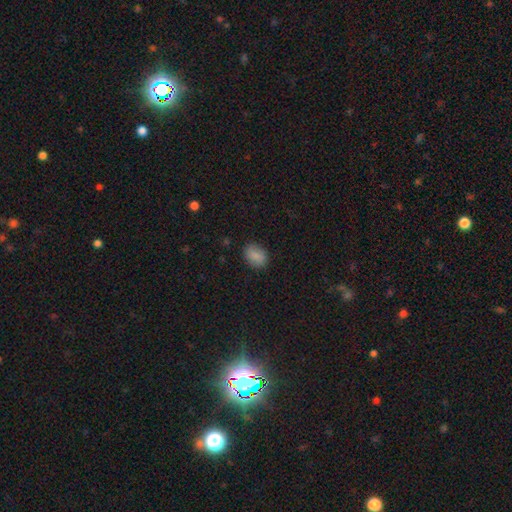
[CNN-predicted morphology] The model was most divided on "how rounded": in between: 76%, round: 22%, cigar-shaped: 2%. More confident: smooth or featured — smooth (85%); merging — none (82%).